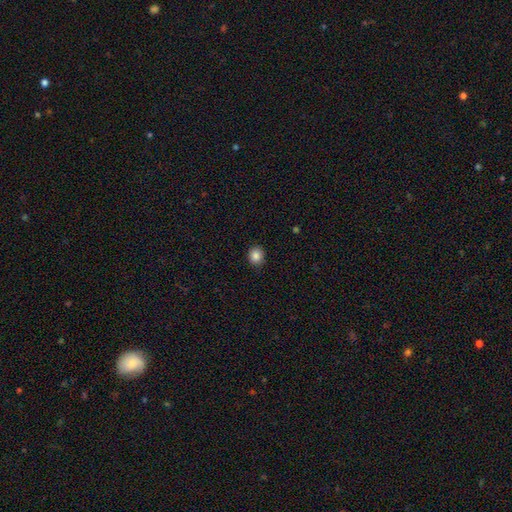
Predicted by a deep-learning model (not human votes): A smooth galaxy with no disk features (85%) that is round (78%). Merging: none (91%).